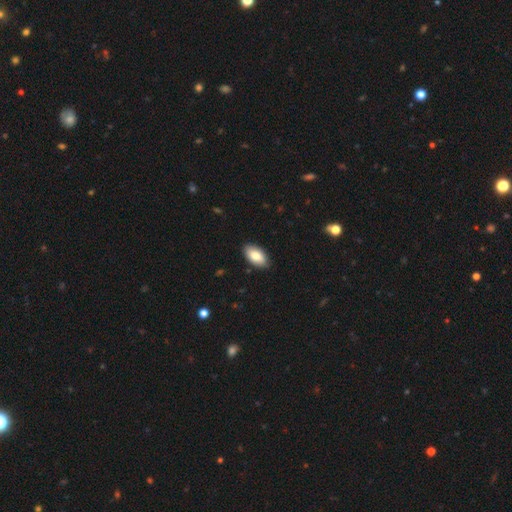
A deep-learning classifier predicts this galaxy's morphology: Smooth or featured?
  - smooth: 83% *
  - featured or disk: 11%
  - star or artifact: 6%
How rounded?
  - in between: 95% *
  - round: 3%
  - cigar-shaped: 3%
Merging?
  - none: 87% *
  - minor disturbance: 10%
  - major disturbance: 2%
  - merger: 1%